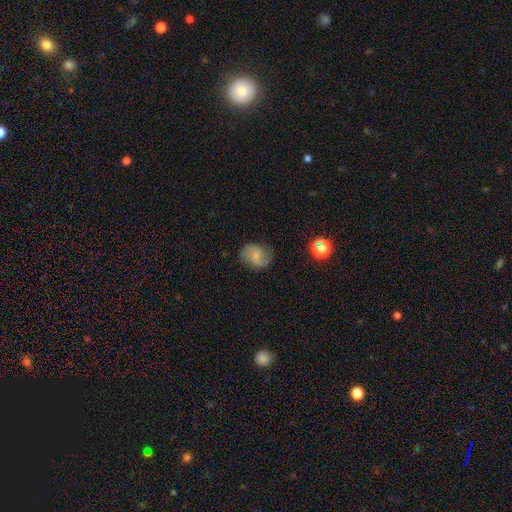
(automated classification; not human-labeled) Smooth or featured?
  - smooth: 50% *
  - featured or disk: 39%
  - star or artifact: 11%
Merging?
  - none: 71% *
  - minor disturbance: 20%
  - major disturbance: 7%
  - merger: 2%